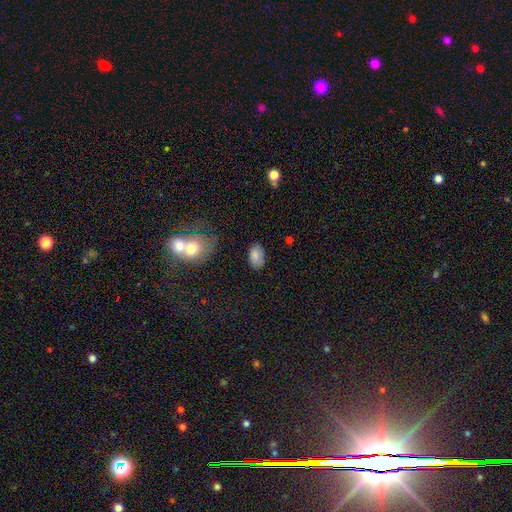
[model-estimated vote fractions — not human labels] This appears to be a smooth galaxy with no disk features (84%) that is in between round and cigar-shaped (92%). Merging: none (80%).